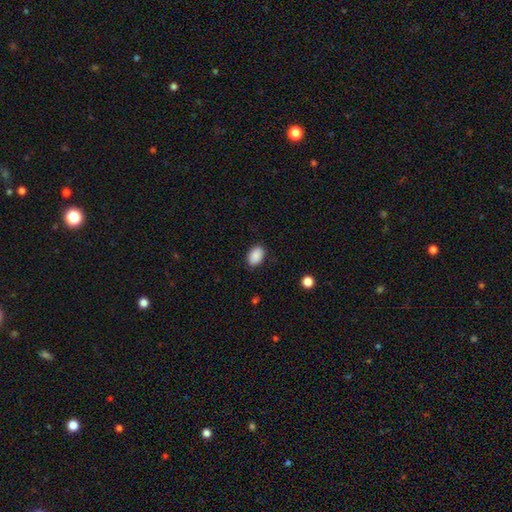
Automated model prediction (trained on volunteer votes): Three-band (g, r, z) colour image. It shows a smooth galaxy with no disk features (90%) that is in between round and cigar-shaped (87%). Merging: none (87%).